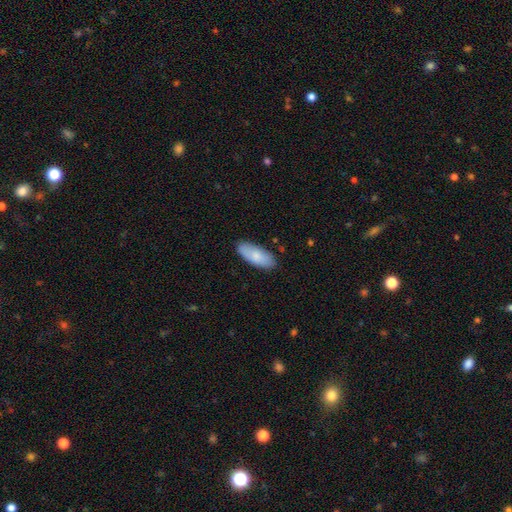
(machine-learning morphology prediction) smooth_or_featured: smooth (p=0.83) [alt: featured or disk p=0.12]
how_rounded: in between (p=0.79) [alt: cigar-shaped p=0.19]
merging: none (p=0.85) [alt: minor disturbance p=0.11]